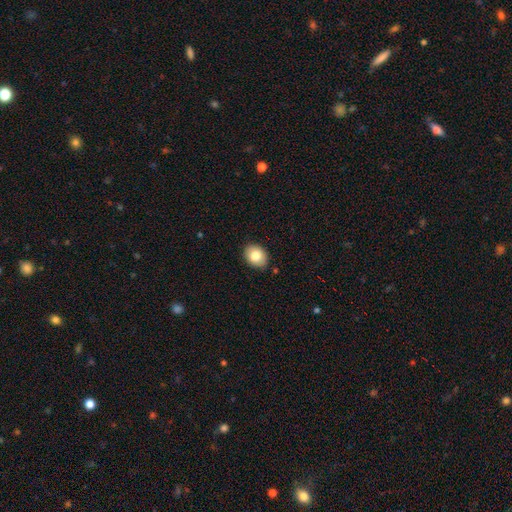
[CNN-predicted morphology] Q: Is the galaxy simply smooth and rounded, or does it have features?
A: smooth — 82%.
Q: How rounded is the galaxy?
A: in between — 60%.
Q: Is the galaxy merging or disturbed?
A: none — 88%.